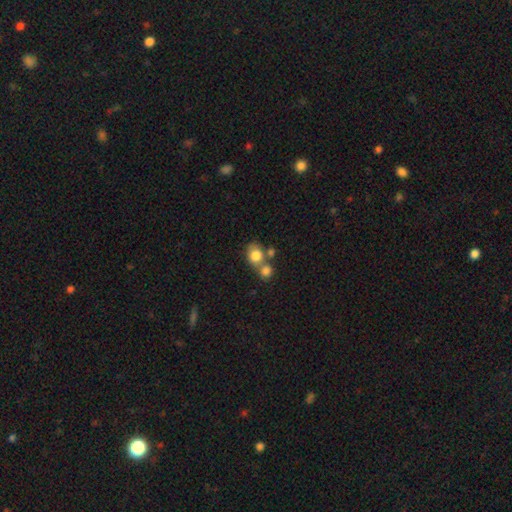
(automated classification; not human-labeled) smooth-or-featured: smooth: 79% | featured or disk: 12% | star or artifact: 10%
  how-rounded: round: 59% | in between: 40% | cigar-shaped: 1%
  merging: merger: 46% | none: 38% | minor disturbance: 10% | major disturbance: 5%